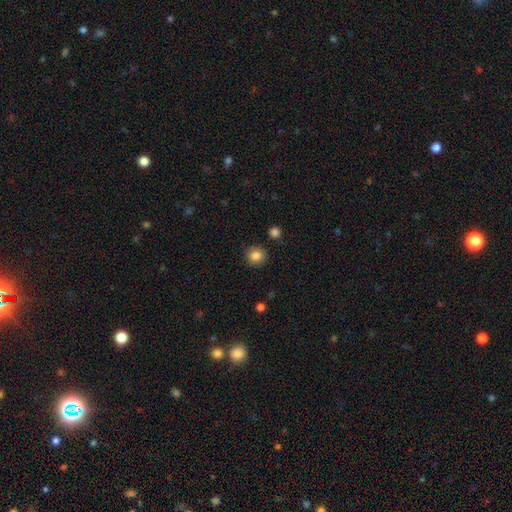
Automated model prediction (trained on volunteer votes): Overall: smooth (85%). How rounded: round (85%). Merging: none (88%).